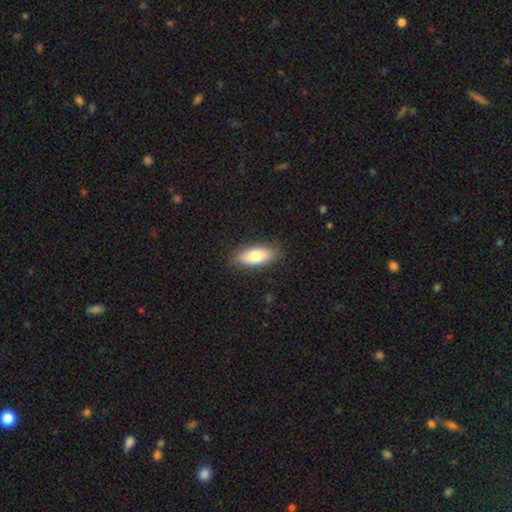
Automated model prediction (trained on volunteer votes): smooth-or-featured: smooth: 78% | featured or disk: 16% | star or artifact: 6%
  how-rounded: in between: 76% | cigar-shaped: 21% | round: 2%
  merging: none: 87% | minor disturbance: 9% | major disturbance: 2% | merger: 1%